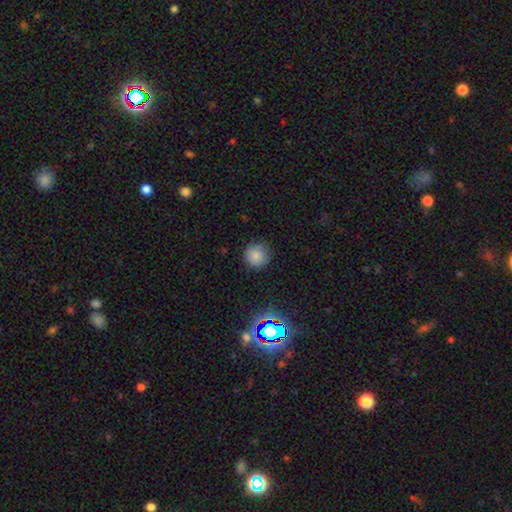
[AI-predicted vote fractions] A smooth galaxy with no disk features (80%) that is round (94%).

Vote fractions:
- Smooth or featured? smooth: 80% / star or artifact: 15% / featured or disk: 5%
- How rounded? round: 94% / in between: 5% / cigar-shaped: 1%
- Merging? none: 87% / minor disturbance: 9% / major disturbance: 3% / merger: 1%